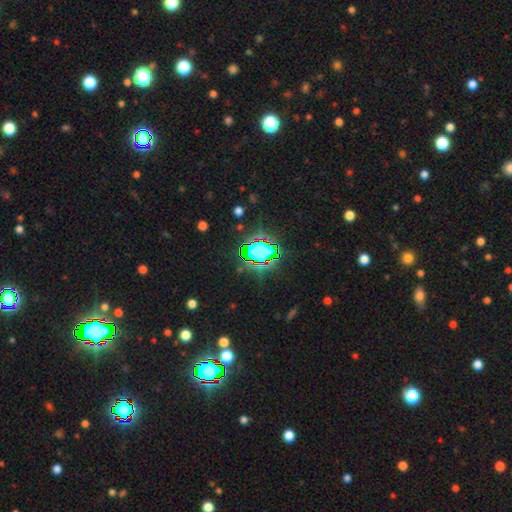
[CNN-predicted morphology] star or artifact 65%, smooth 24%, featured or disk 11%.